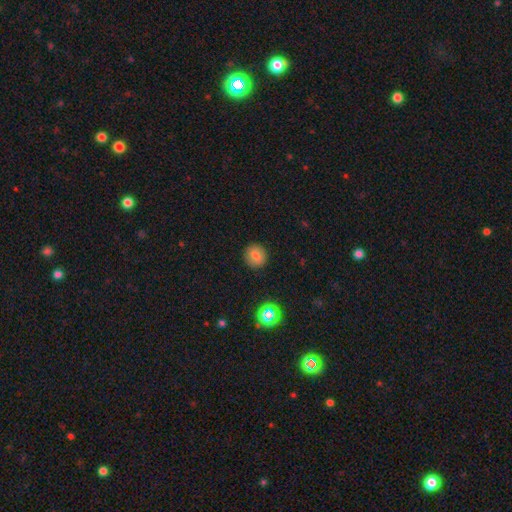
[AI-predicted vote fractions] Smooth or featured: smooth — 78% (star or artifact — 13%)
How rounded: round — 91% (in between — 8%)
Merging: none — 91% (minor disturbance — 6%)